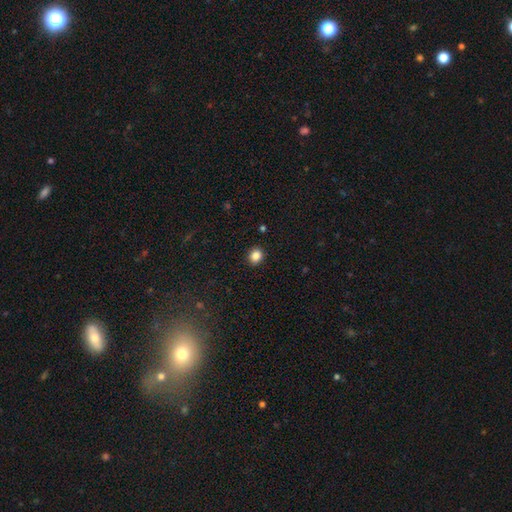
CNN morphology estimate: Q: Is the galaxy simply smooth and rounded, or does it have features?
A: smooth — 85%.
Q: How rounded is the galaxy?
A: round — 74%.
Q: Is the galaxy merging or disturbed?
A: none — 91%.